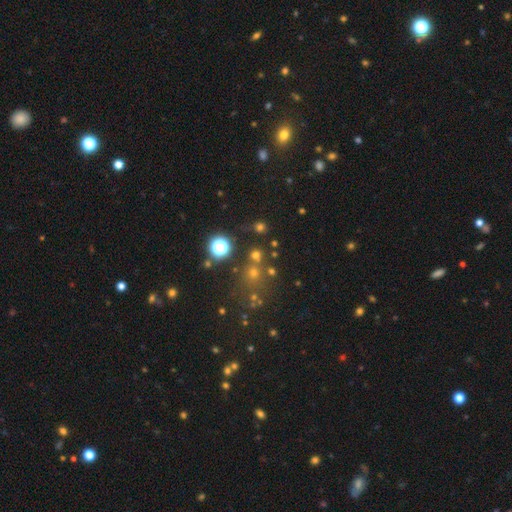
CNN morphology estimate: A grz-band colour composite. It shows a smooth galaxy with no disk features (59%) that is round (91%). Merging: none (73%).